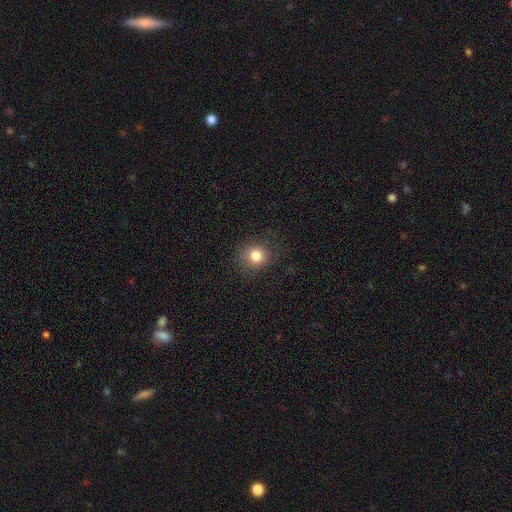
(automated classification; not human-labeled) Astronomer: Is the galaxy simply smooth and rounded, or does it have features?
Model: smooth — 82%.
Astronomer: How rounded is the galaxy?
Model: round — 83%.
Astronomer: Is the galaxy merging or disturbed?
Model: none — 85%.